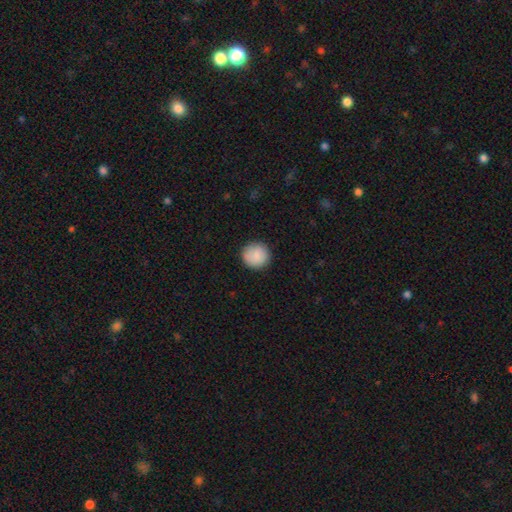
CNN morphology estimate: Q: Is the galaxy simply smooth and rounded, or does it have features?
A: smooth — 88%.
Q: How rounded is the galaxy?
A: round — 95%.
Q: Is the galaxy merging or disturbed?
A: none — 90%.